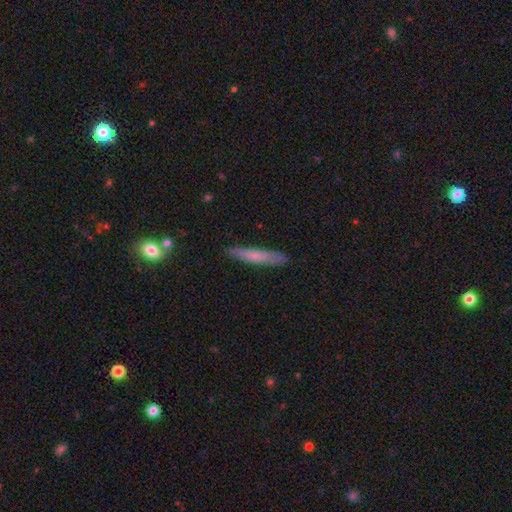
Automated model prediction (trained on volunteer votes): This appears to be a smooth galaxy with no disk features (63%) that is cigar-shaped (93%). Merging: none (86%).